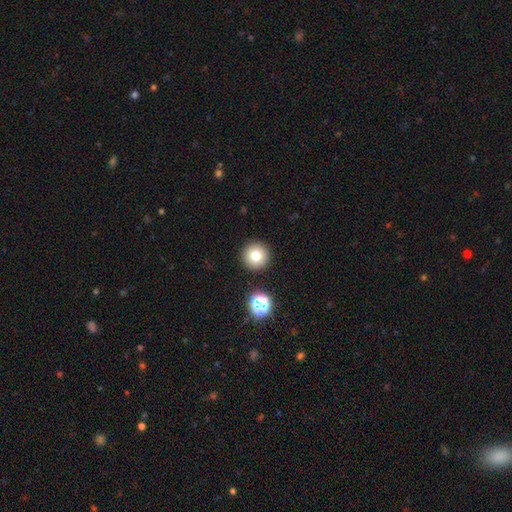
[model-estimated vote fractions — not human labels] Smooth or featured: smooth — 77% (star or artifact — 13%)
How rounded: round — 96% (in between — 3%)
Merging: none — 90% (minor disturbance — 5%)